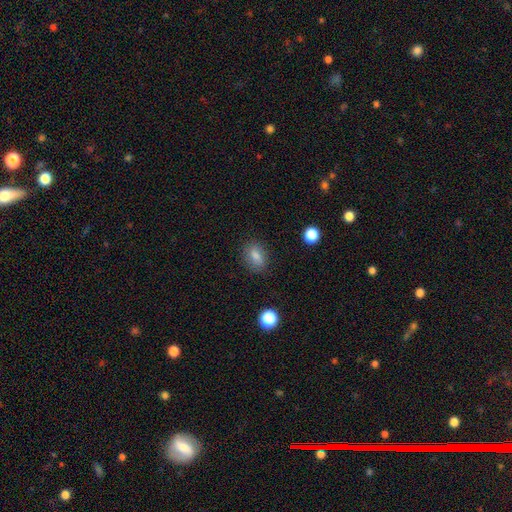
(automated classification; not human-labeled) Q: Smooth or featured?
A: smooth (79%); runner-up: star or artifact (11%)
Q: How rounded?
A: in between (75%); runner-up: round (21%)
Q: Merging?
A: none (84%); runner-up: minor disturbance (12%)